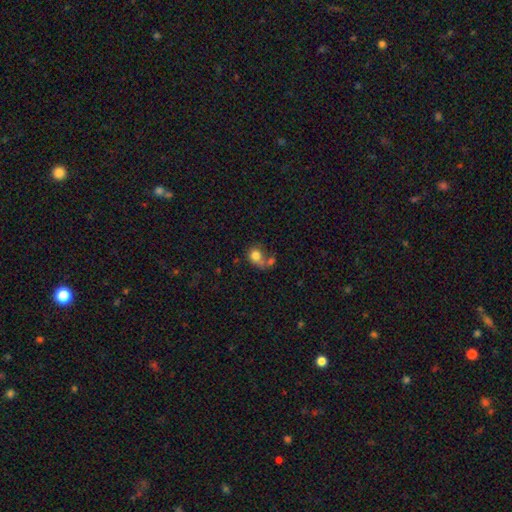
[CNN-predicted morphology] A smooth galaxy with no disk features (77%) that is round (61%). Merging: merger (41%).